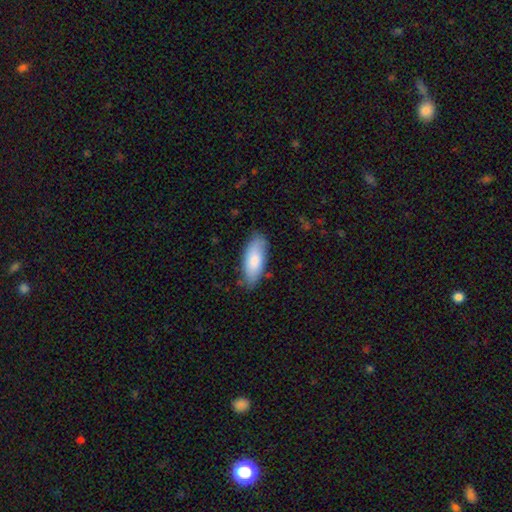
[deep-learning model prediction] Smooth or featured: smooth — 79% (featured or disk — 15%)
How rounded: in between — 76% (cigar-shaped — 22%)
Merging: none — 80% (minor disturbance — 16%)